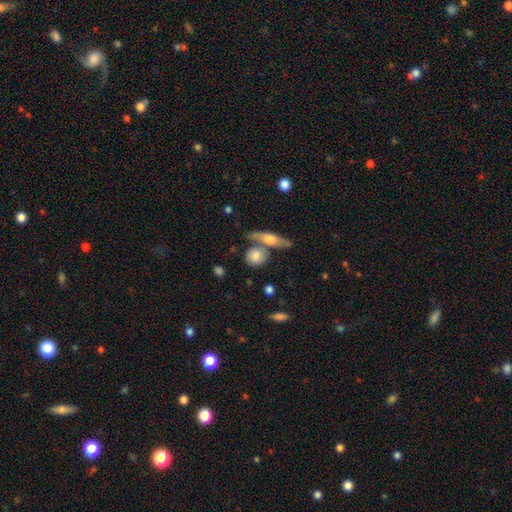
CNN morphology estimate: Smooth or featured?
  - smooth: 77% *
  - featured or disk: 16%
  - star or artifact: 7%
How rounded?
  - round: 71% *
  - in between: 22%
  - cigar-shaped: 7%
Merging?
  - none: 57% *
  - merger: 27%
  - minor disturbance: 12%
  - major disturbance: 5%